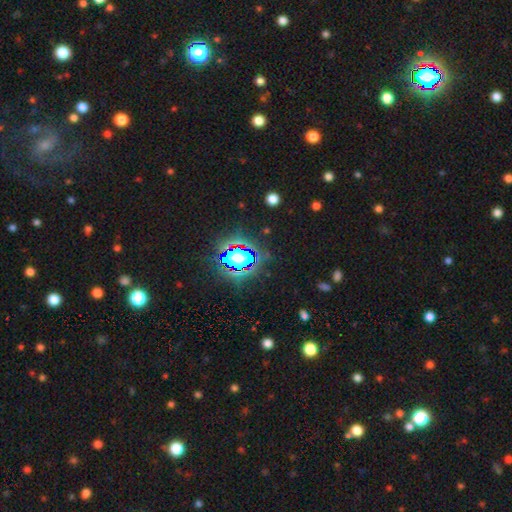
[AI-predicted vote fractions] Morphology: type=star or artifact (81%).